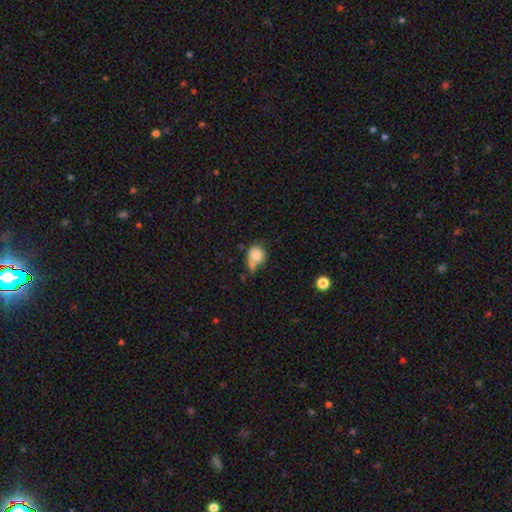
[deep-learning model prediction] smooth 82%, star or artifact 9%, featured or disk 9%. Down the decision tree: how rounded — round (74%); merging — none (37%).